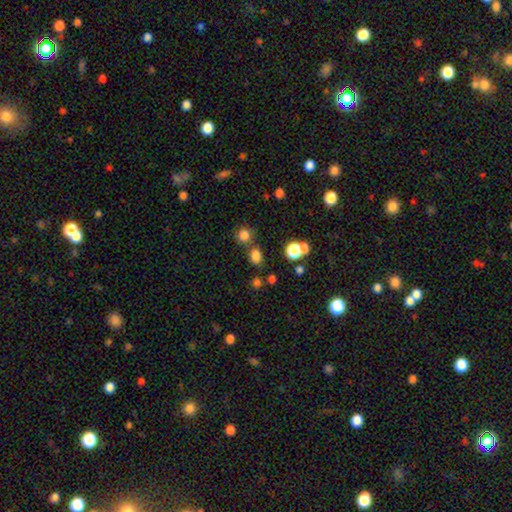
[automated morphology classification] A smooth galaxy with no disk features (74%) that is round (67%).

Vote fractions:
- Smooth or featured? smooth: 74% / star or artifact: 20% / featured or disk: 6%
- How rounded? round: 67% / in between: 32% / cigar-shaped: 1%
- Merging? none: 71% / merger: 15% / minor disturbance: 10% / major disturbance: 4%